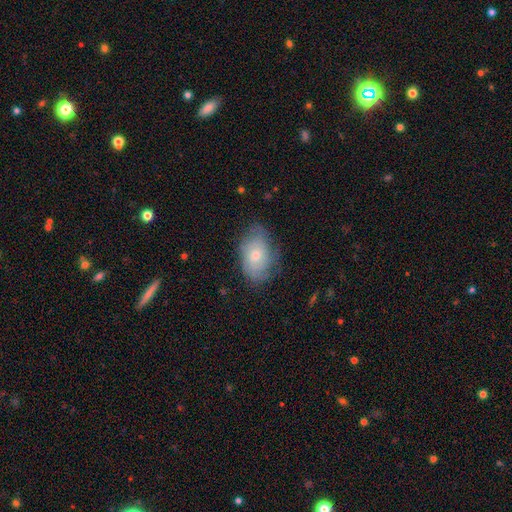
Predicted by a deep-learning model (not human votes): Smooth or featured?
  - smooth: 55% *
  - featured or disk: 37%
  - star or artifact: 7%
How rounded?
  - in between: 86% *
  - round: 13%
  - cigar-shaped: 1%
Merging?
  - none: 67% *
  - minor disturbance: 24%
  - major disturbance: 7%
  - merger: 1%